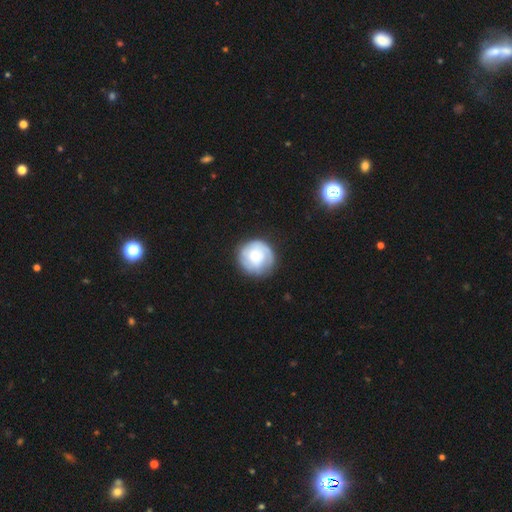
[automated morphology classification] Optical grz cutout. It shows a featured or disk galaxy (52%) with no bar (80%), spiral arms (78%) and a moderate central bulge (47%). Merging: none (75%).